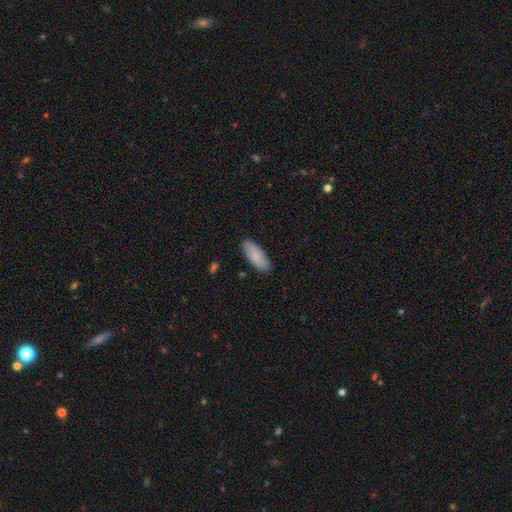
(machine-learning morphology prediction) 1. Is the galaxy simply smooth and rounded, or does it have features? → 86% smooth, 9% featured or disk, 6% star or artifact.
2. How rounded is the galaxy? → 72% in between, 26% cigar-shaped, 2% round.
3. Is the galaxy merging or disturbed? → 88% none, 9% minor disturbance, 2% major disturbance, 1% merger.